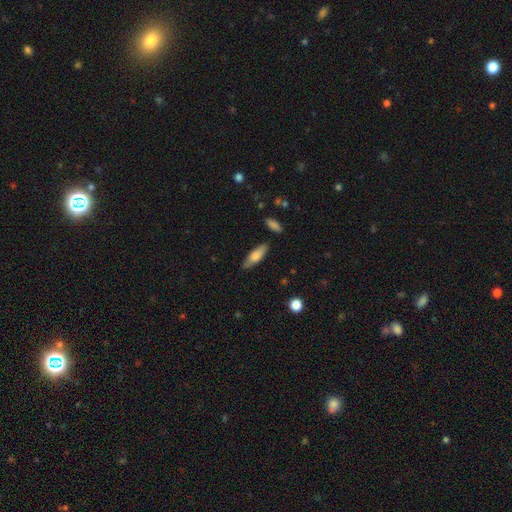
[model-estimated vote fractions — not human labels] This is likely a smooth galaxy (71%). How rounded: possibly in between (52%). Merging: clearly none (81%).